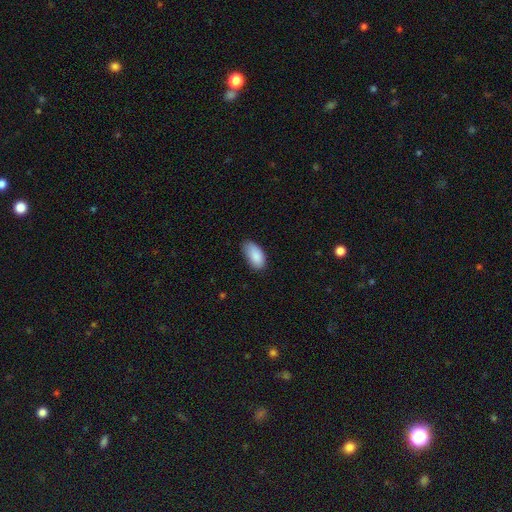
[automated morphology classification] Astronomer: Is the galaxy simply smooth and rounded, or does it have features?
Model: smooth — 88%.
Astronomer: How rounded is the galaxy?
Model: in between — 94%.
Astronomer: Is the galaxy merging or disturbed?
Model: none — 67%.